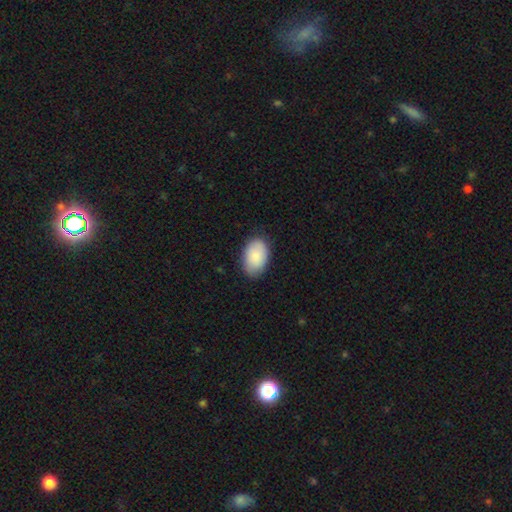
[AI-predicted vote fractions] Q: Smooth or featured?
A: smooth (86%); runner-up: featured or disk (8%)
Q: How rounded?
A: in between (90%); runner-up: round (9%)
Q: Merging?
A: none (83%); runner-up: minor disturbance (14%)